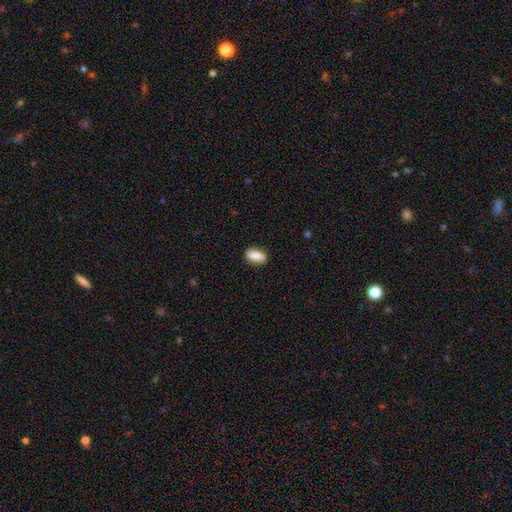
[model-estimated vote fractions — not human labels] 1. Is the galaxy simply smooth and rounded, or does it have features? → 76% smooth, 17% featured or disk, 7% star or artifact.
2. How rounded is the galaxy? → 86% in between, 7% cigar-shaped, 7% round.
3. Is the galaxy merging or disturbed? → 84% none, 12% minor disturbance, 3% major disturbance, 1% merger.